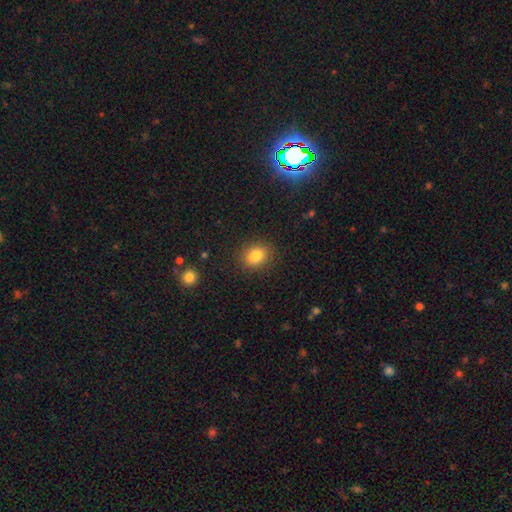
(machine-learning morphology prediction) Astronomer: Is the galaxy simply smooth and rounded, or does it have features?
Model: smooth — 83%.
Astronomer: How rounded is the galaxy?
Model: round — 54% (runner-up: in between, 45%).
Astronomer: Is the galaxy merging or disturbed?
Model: none — 88%.